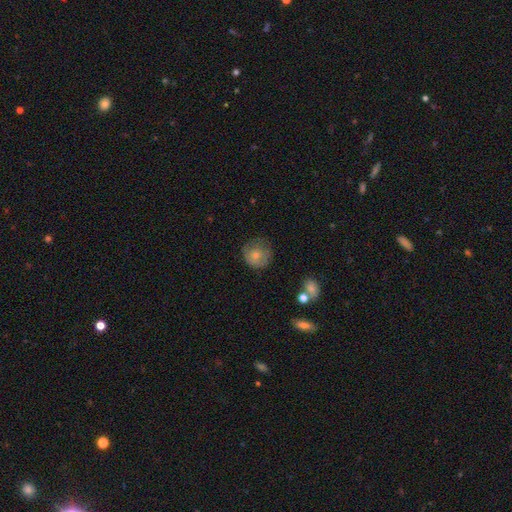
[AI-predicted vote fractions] Smooth or featured? smooth (70%)
How rounded? round (88%)
Merging? none (62%)